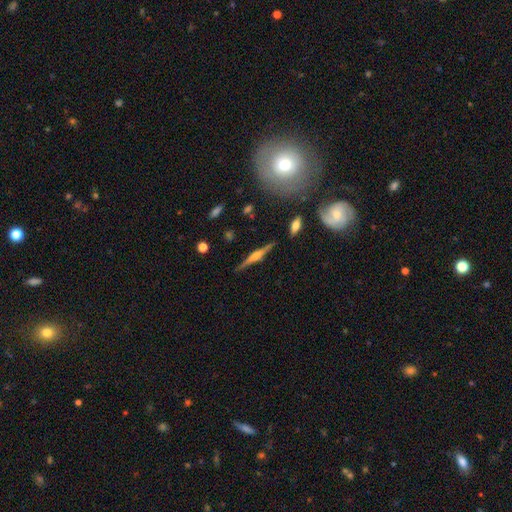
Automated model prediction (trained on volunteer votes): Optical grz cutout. It shows a featured or disk galaxy (78%) viewed edge-on (98%) with a rounded central bulge (87%). Merging: none (88%).